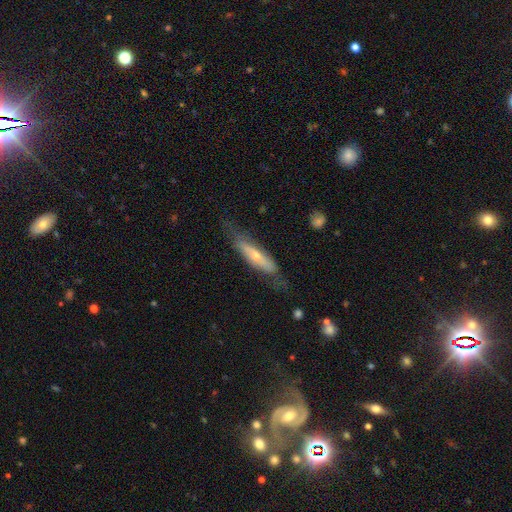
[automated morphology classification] Q: Smooth or featured?
A: featured or disk (52%); runner-up: smooth (42%)
Q: Edge-on disk?
A: yes (59%); runner-up: no (41%)
Q: Merging?
A: none (63%); runner-up: minor disturbance (24%)